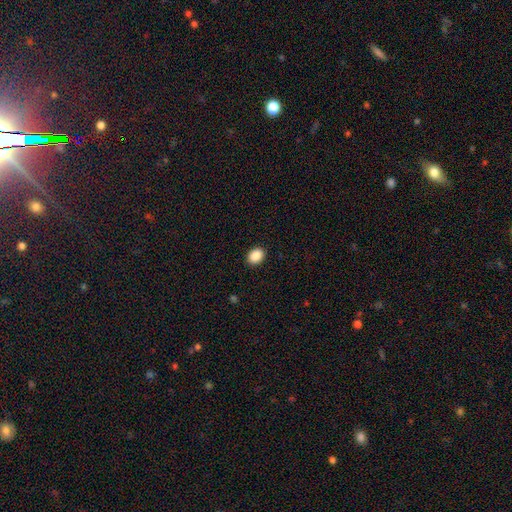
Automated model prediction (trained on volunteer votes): Overall: smooth (89%). How rounded: in between (67%; round 32%). Merging: none (91%).